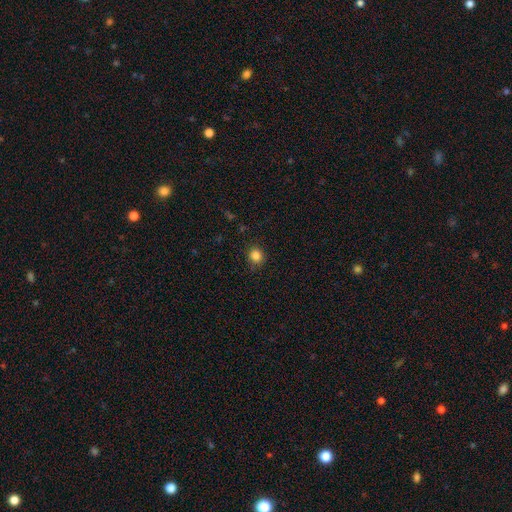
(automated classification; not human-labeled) This appears to be a smooth galaxy with no disk features (84%) that is round (86%). Merging: none (87%).